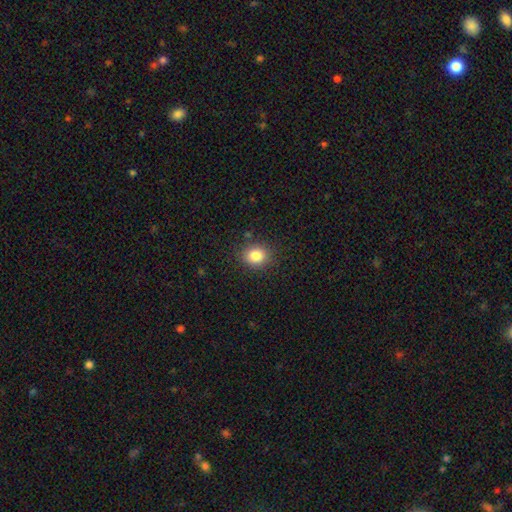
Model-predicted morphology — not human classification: smooth 83%, star or artifact 11%, featured or disk 6%. Down the decision tree: how rounded — round (66%); merging — none (86%).